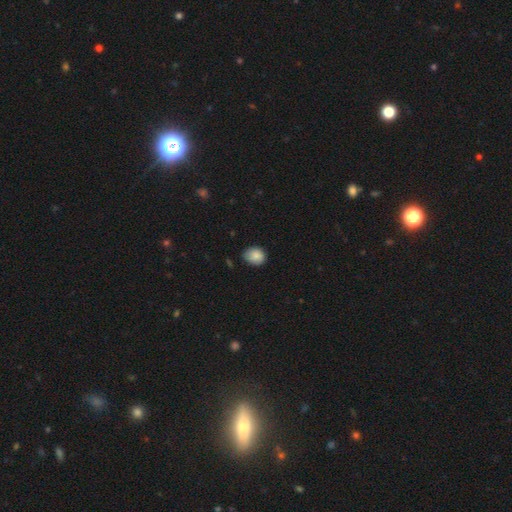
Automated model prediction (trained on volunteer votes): A smooth galaxy with no disk features (87%) that is round (55%). Merging: none (67%).